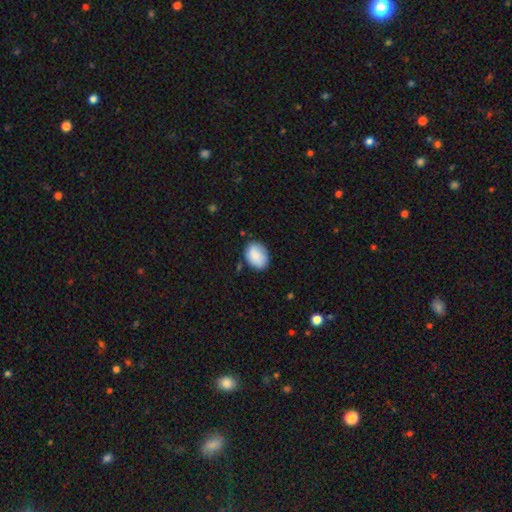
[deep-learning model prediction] smooth 84%, featured or disk 9%, star or artifact 7%. Down the decision tree: how rounded — in between (76%); merging — none (76%).